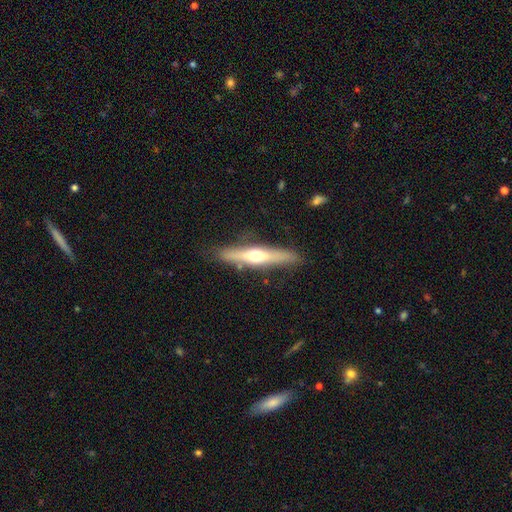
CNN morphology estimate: Smooth or featured? featured or disk (59%)
Edge-on disk? yes (92%)
Edge-on bulge? rounded (90%)
Merging? none (84%)